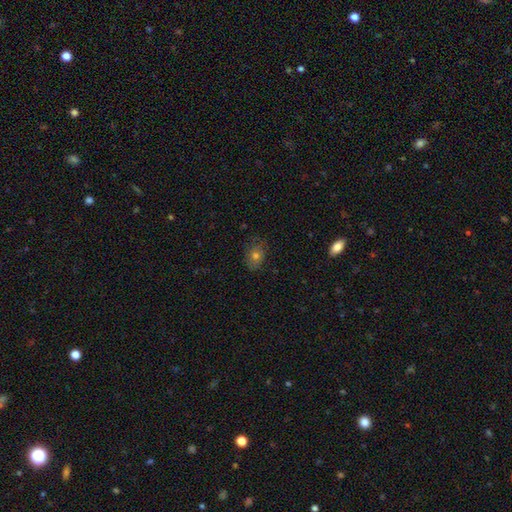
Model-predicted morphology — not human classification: A smooth galaxy with no disk features (67%) that is in between round and cigar-shaped (64%).

Vote fractions:
- Smooth or featured? smooth: 67% / featured or disk: 20% / star or artifact: 12%
- How rounded? in between: 64% / round: 35% / cigar-shaped: 1%
- Merging? none: 76% / minor disturbance: 18% / major disturbance: 5% / merger: 1%